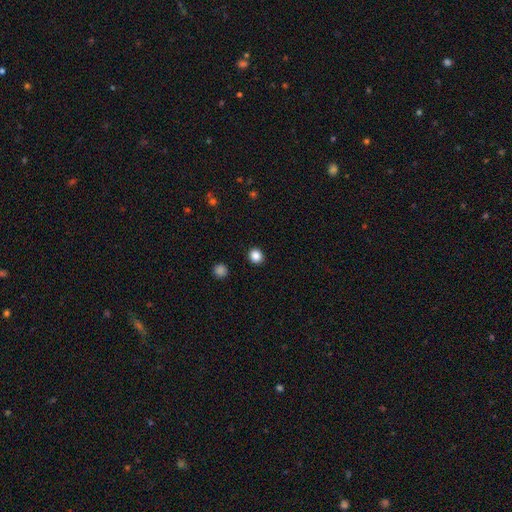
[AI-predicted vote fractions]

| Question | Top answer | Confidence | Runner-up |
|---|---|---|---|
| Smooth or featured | smooth | 85% | star or artifact (11%) |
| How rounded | round | 83% | in between (17%) |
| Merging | none | 92% | minor disturbance (5%) |